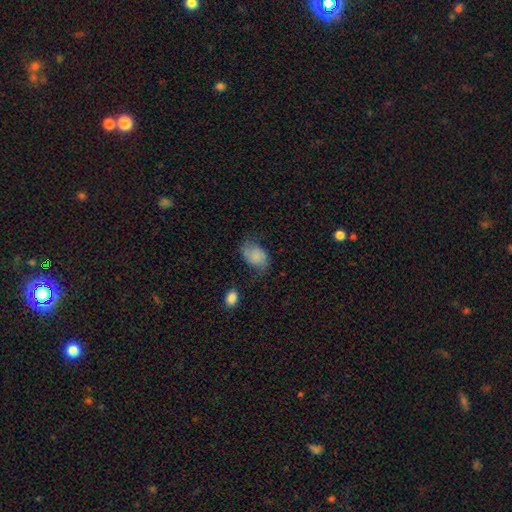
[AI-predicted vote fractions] Smooth or featured?
  - smooth: 72% *
  - featured or disk: 19%
  - star or artifact: 8%
How rounded?
  - in between: 86% *
  - round: 13%
  - cigar-shaped: 1%
Merging?
  - none: 57% *
  - minor disturbance: 29%
  - major disturbance: 11%
  - merger: 3%